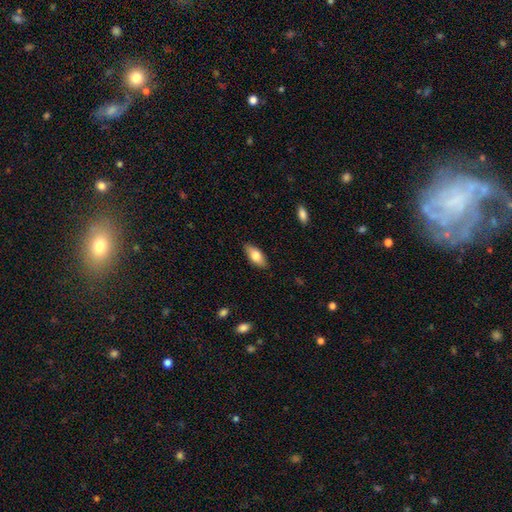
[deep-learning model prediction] smooth 74%, featured or disk 19%, star or artifact 6%. Down the decision tree: how rounded — in between (84%); merging — none (87%).